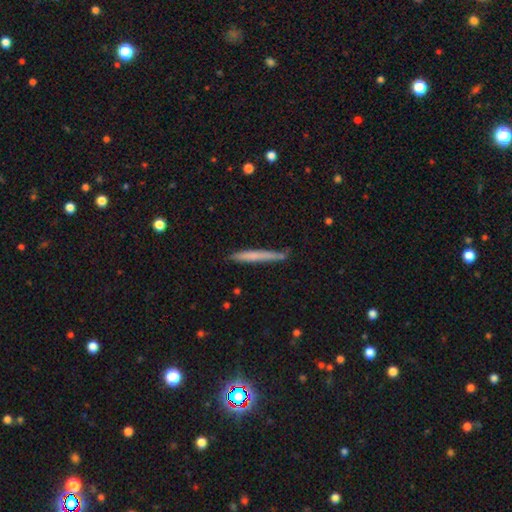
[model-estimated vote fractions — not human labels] Smooth or featured? smooth (64%)
How rounded? cigar-shaped (97%)
Merging? none (82%)